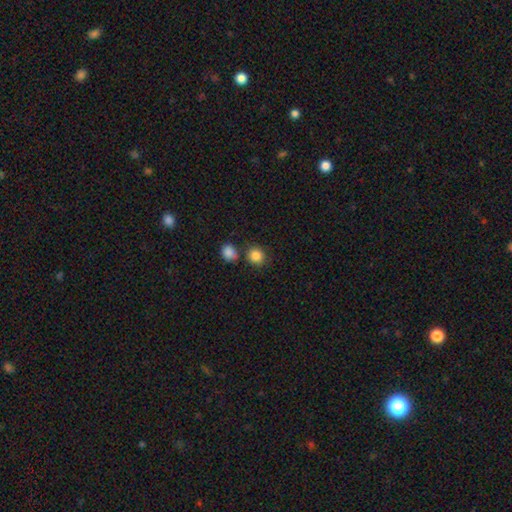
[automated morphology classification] smooth-or-featured: smooth: 86% | star or artifact: 10% | featured or disk: 4%
  how-rounded: round: 87% | in between: 12% | cigar-shaped: 1%
  merging: none: 73% | merger: 14% | minor disturbance: 10% | major disturbance: 3%